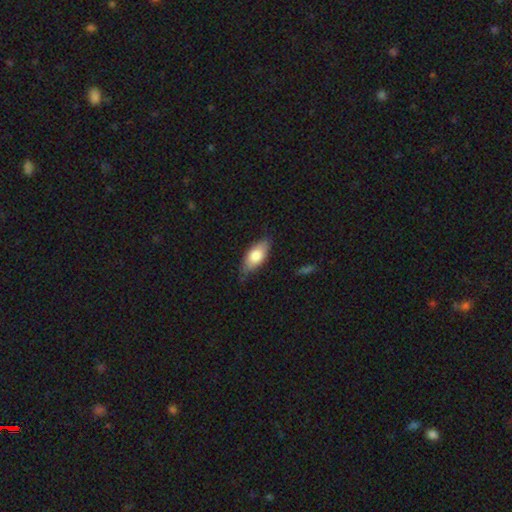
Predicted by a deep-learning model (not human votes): Smooth or featured? Predicted: smooth (p=0.74). How rounded? Predicted: in between (p=0.85). Merging? Predicted: none (p=0.74).